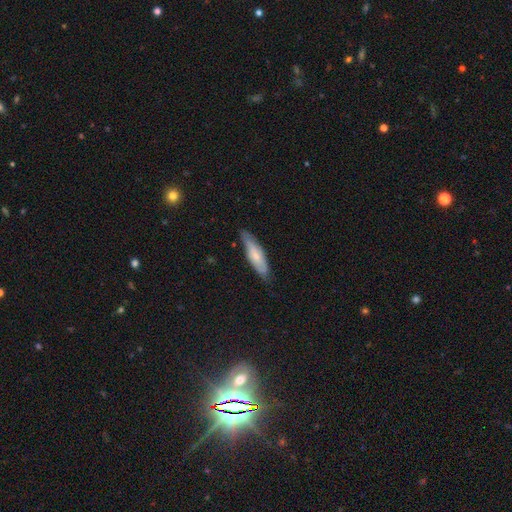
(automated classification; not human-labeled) Smooth or featured?
  - smooth: 63% *
  - featured or disk: 31%
  - star or artifact: 6%
How rounded?
  - cigar-shaped: 64% *
  - in between: 34%
  - round: 1%
Merging?
  - none: 75% *
  - minor disturbance: 20%
  - major disturbance: 3%
  - merger: 1%